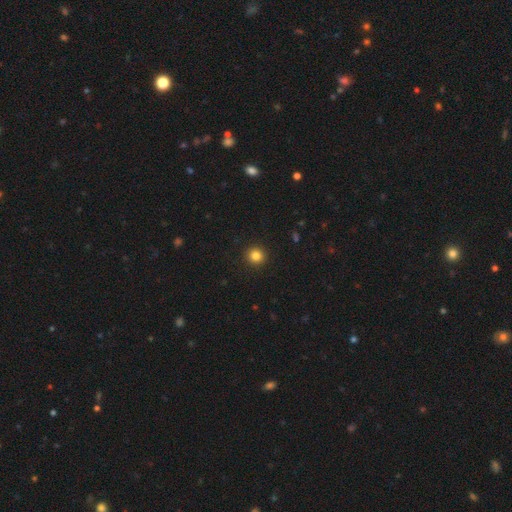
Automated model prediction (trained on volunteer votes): Morphology: type=smooth (84%); roundness=round (94%); merging=none (93%).